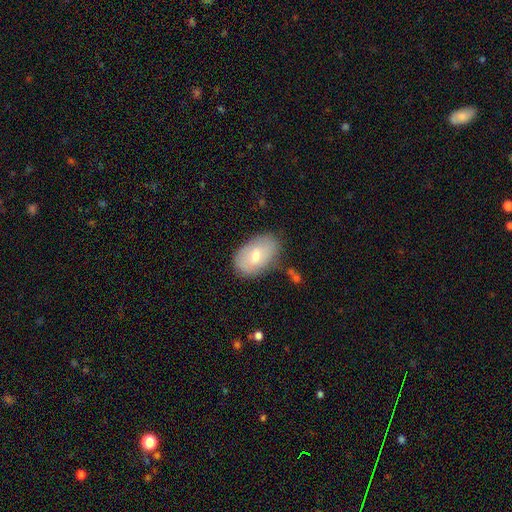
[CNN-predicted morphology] smooth_or_featured: smooth (p=0.68) [alt: featured or disk p=0.25]
how_rounded: in between (p=0.92) [alt: round p=0.07]
merging: none (p=0.77) [alt: minor disturbance p=0.17]